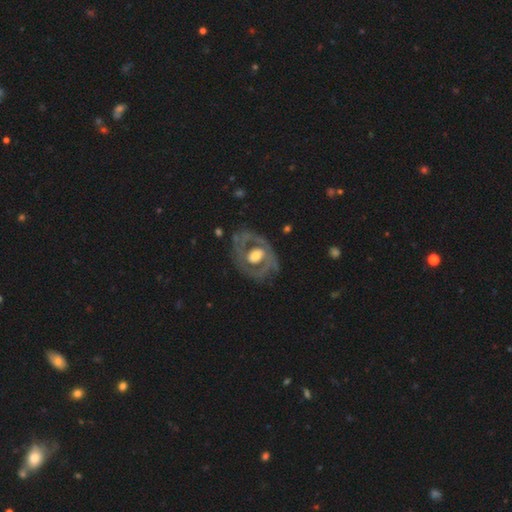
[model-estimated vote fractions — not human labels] featured or disk 74%, smooth 21%, star or artifact 5%. Down the decision tree: edge-on disk — no (96%); bar — no (65%); spiral arms — no (53%); bulge size — moderate (47%); merging — none (65%).